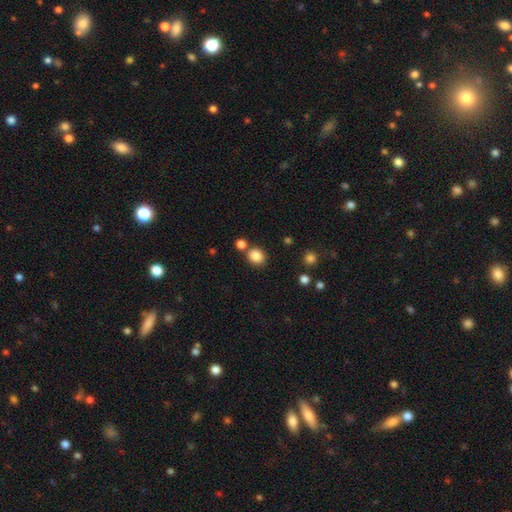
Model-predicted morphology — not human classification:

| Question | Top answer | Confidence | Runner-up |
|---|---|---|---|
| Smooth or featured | smooth | 85% | star or artifact (11%) |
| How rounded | round | 78% | in between (21%) |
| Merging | none | 74% | merger (14%) |